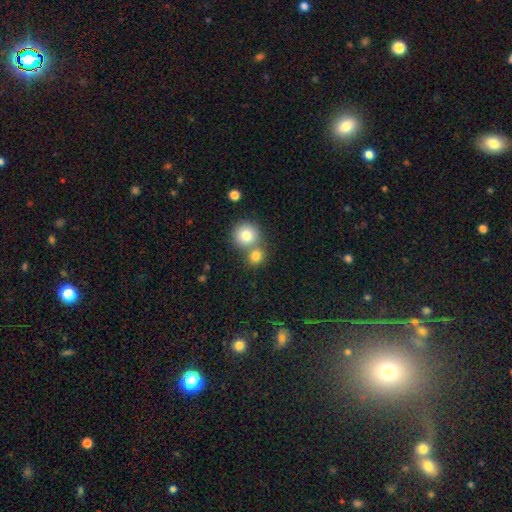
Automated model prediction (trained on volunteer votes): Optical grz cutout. It shows a smooth galaxy with no disk features (80%) that is round (84%). Merging: none (48%).